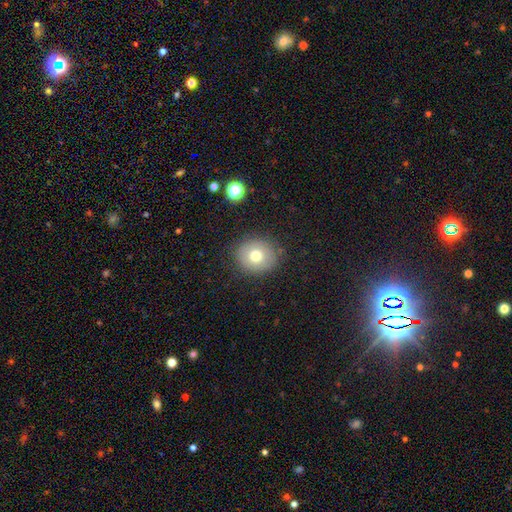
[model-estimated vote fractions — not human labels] Q: Smooth or featured?
A: smooth (71%); runner-up: featured or disk (18%)
Q: How rounded?
A: round (80%); runner-up: in between (19%)
Q: Merging?
A: none (85%); runner-up: minor disturbance (10%)